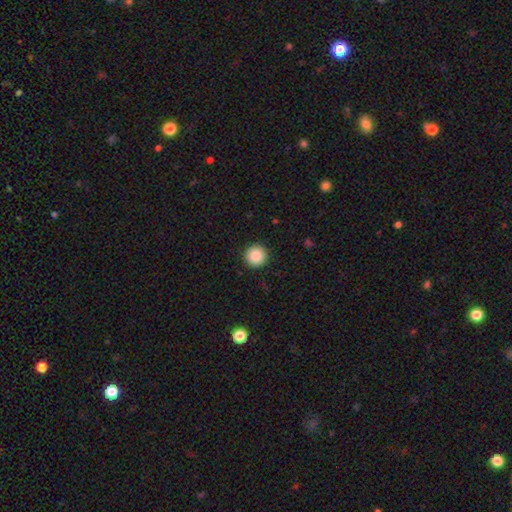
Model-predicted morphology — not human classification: Smooth or featured: smooth — 86% (star or artifact — 9%)
How rounded: round — 96% (in between — 3%)
Merging: none — 93% (minor disturbance — 5%)